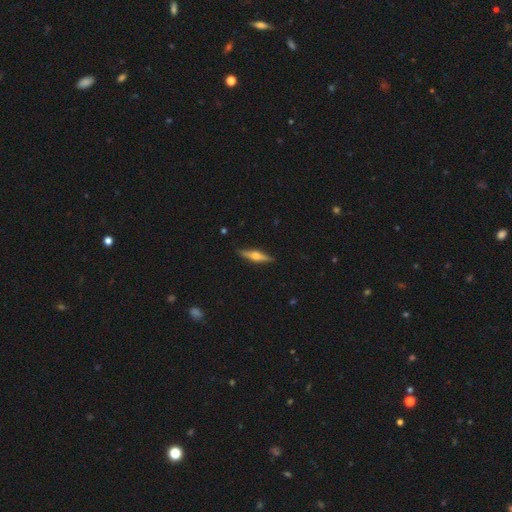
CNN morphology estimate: The model was most divided on "smooth or featured": featured or disk: 63%, smooth: 31%, star or artifact: 6%. More confident: edge-on disk — yes (97%); edge-on bulge — rounded (91%); merging — none (89%).